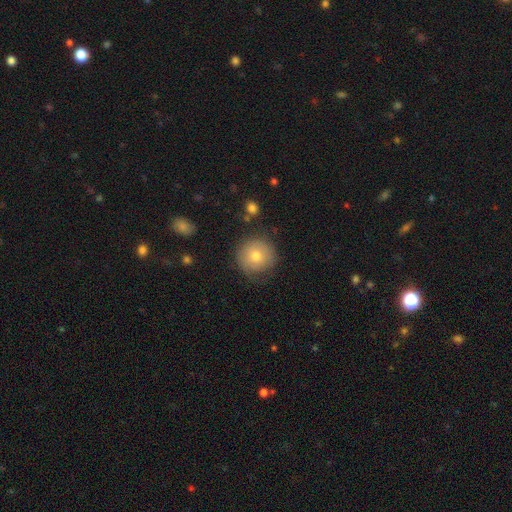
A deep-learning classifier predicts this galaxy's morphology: Smooth or featured? Predicted: smooth (p=0.68). How rounded? Predicted: round (p=0.94). Merging? Predicted: none (p=0.78).